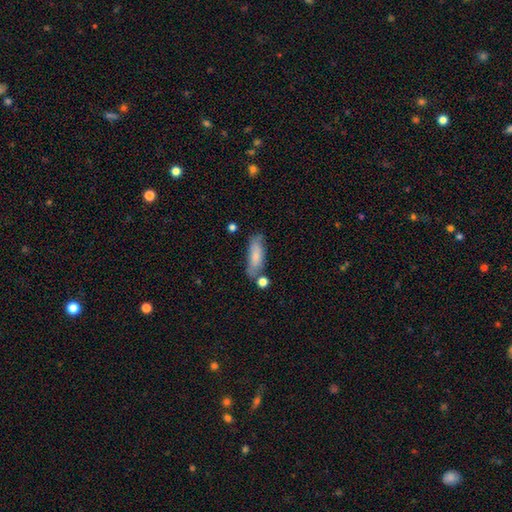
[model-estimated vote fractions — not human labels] Overall: smooth (76%). How rounded: in between (56%; cigar-shaped 41%). Merging: none (60%; minor disturbance 23%).